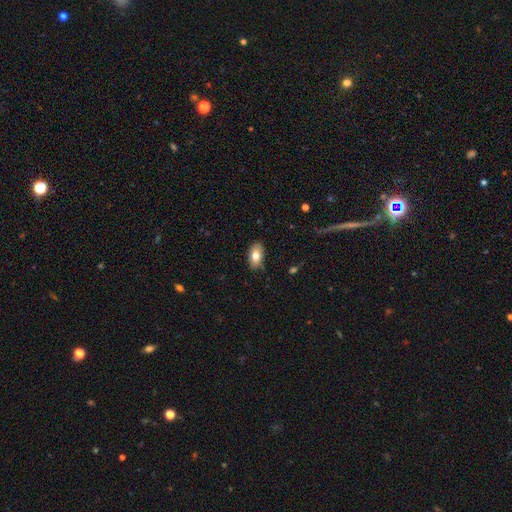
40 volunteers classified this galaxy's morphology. A smooth galaxy with no disk features (80%) that is in between round and cigar-shaped (97%).

Vote fractions:
- Smooth or featured? smooth: 80% / featured or disk: 18% / star or artifact: 2%
- How rounded? in between: 97% / cigar-shaped: 3% / round: 0%
- Merging? none: 82% / minor disturbance: 18% / major disturbance: 0% / merger: 0%